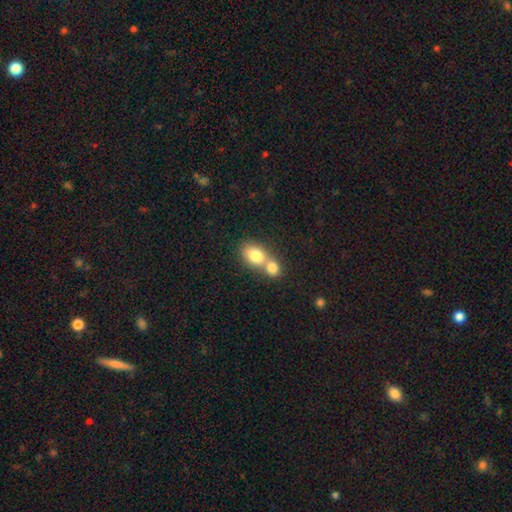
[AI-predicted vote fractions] This appears to be a smooth galaxy with no disk features (79%) that is in between round and cigar-shaped (65%). Merging: merger (65%).